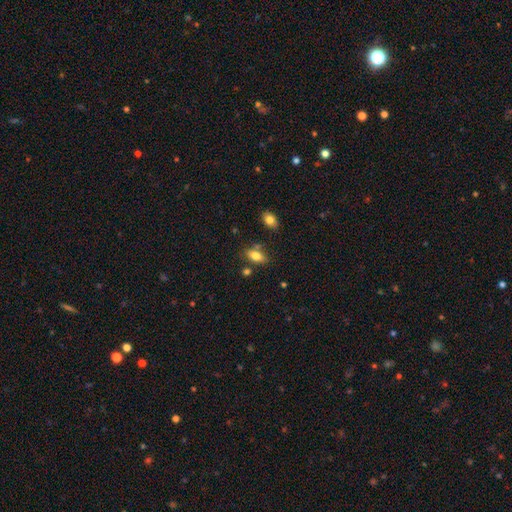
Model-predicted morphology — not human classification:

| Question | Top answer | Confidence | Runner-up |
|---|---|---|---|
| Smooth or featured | smooth | 79% | featured or disk (12%) |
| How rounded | in between | 86% | cigar-shaped (9%) |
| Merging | none | 71% | minor disturbance (15%) |